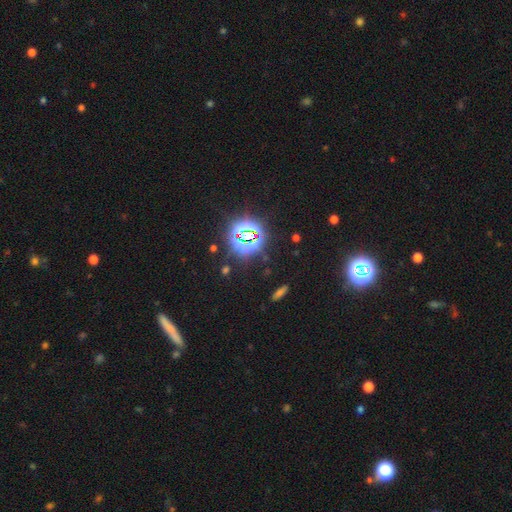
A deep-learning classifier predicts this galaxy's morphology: smooth_or_featured: star or artifact (p=0.76) [alt: smooth p=0.16]